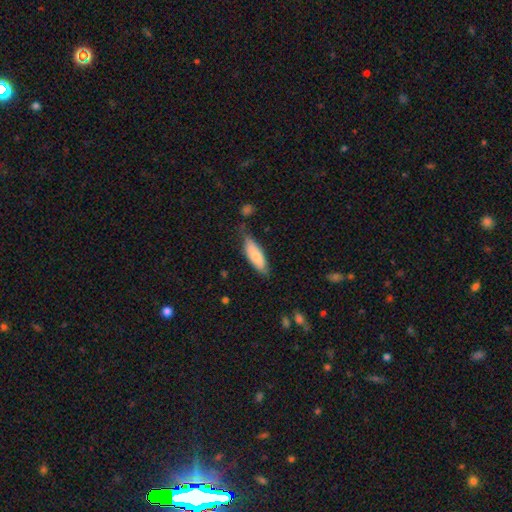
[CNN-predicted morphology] Smooth or featured? smooth (77%)
How rounded? in between (62%)
Merging? none (66%)